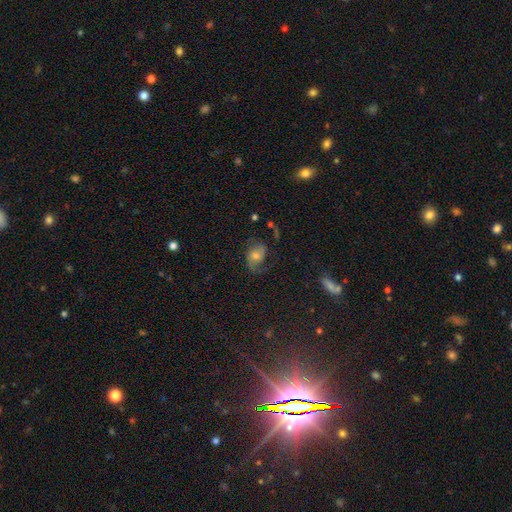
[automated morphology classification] The model was most divided on "spiral winding": loose: 45%, medium: 42%, tight: 13%. Remaining: edge-on disk — no (97%); spiral arms — yes (89%); spiral arm count — 2 (78%); smooth or featured — featured or disk (61%); merging — none (59%); bar — no (58%); bulge size — moderate (49%).